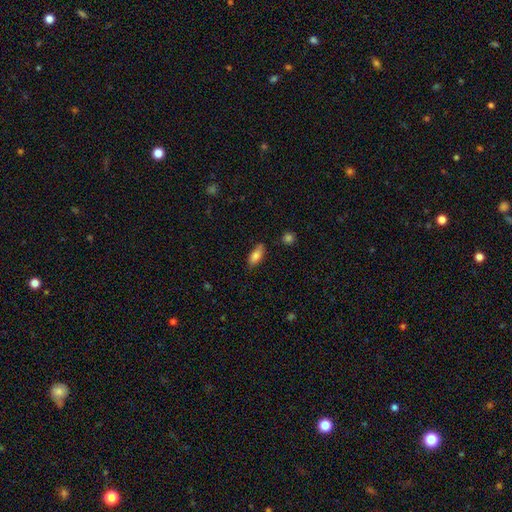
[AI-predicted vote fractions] Overall: smooth (81%). How rounded: in between (82%). Merging: none (75%).